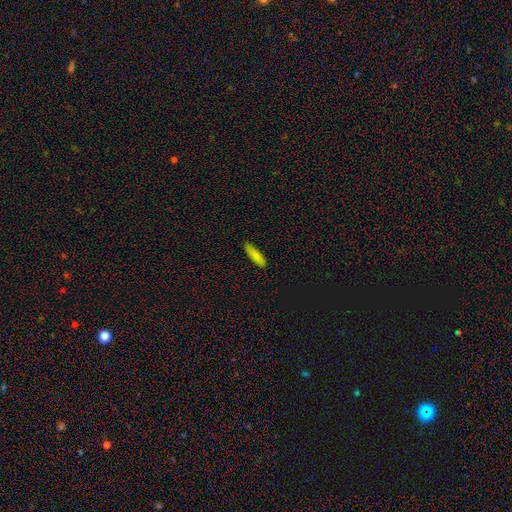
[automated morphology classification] A smooth galaxy with no disk features (83%) that is cigar-shaped (72%). Merging: none (88%).